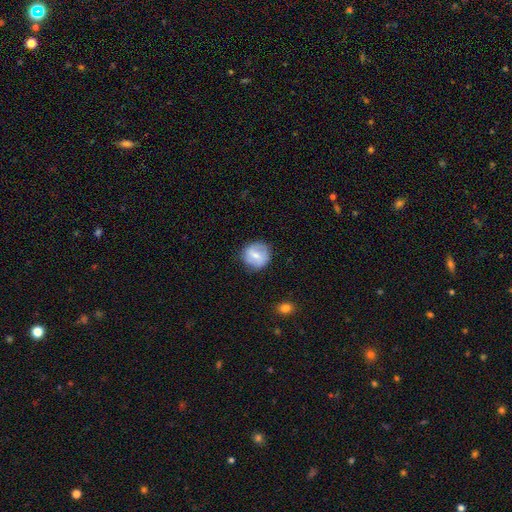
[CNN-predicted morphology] A smooth galaxy with no disk features (60%) that is round (90%). Merging: none (82%).